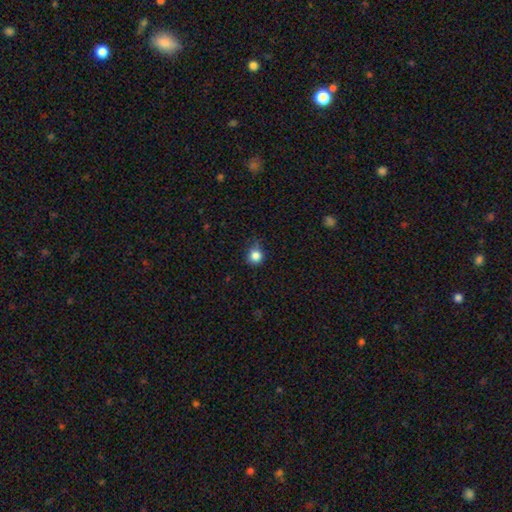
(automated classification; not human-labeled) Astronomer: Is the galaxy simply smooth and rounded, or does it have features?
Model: smooth — 84%.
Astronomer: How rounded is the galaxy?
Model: round — 89%.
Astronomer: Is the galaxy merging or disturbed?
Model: none — 73%.